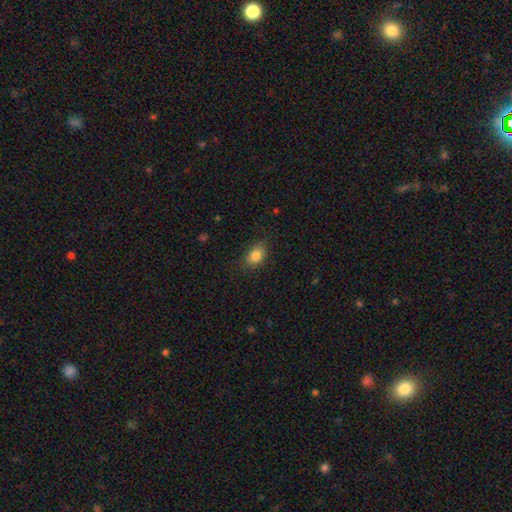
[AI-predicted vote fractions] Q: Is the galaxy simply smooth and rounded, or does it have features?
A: smooth — 83%.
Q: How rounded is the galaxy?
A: in between — 73%.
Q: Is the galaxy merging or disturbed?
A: none — 77%.